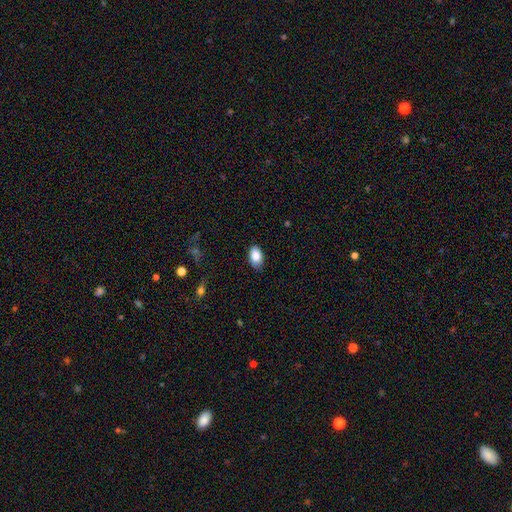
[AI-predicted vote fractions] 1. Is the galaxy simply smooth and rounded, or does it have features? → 87% smooth, 7% star or artifact, 6% featured or disk.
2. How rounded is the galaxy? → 91% in between, 7% round, 1% cigar-shaped.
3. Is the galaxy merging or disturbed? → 82% none, 14% minor disturbance, 3% major disturbance, 1% merger.